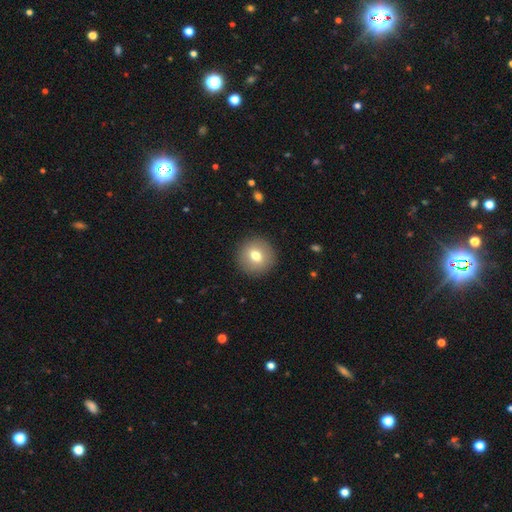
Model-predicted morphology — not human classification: A smooth galaxy with no disk features (72%) that is round (93%). Merging: none (91%).